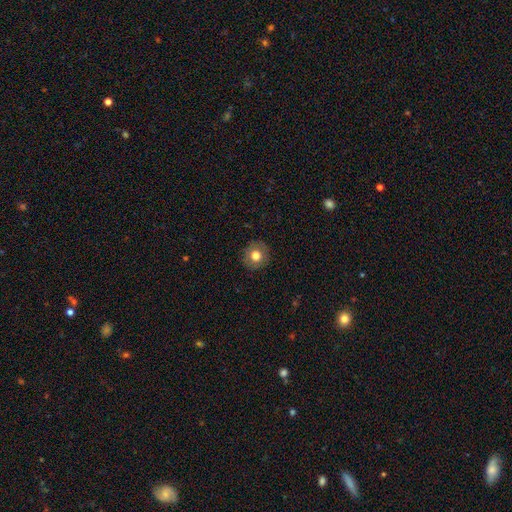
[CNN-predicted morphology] Smooth or featured?
  - smooth: 77% *
  - featured or disk: 13%
  - star or artifact: 10%
How rounded?
  - round: 92% *
  - in between: 7%
  - cigar-shaped: 1%
Merging?
  - none: 90% *
  - minor disturbance: 7%
  - major disturbance: 2%
  - merger: 1%